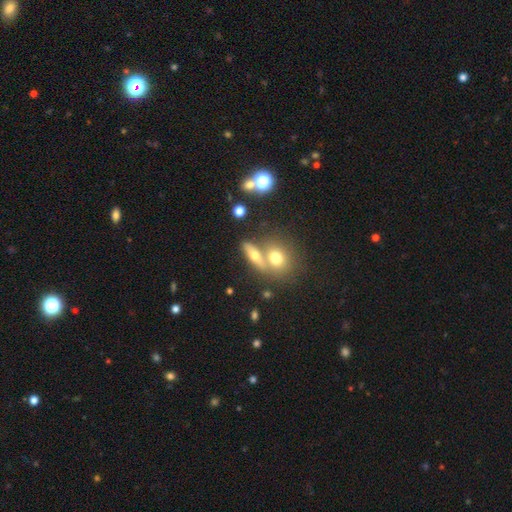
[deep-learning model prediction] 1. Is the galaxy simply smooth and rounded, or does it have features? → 52% smooth, 34% featured or disk, 15% star or artifact.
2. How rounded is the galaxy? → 44% in between, 29% cigar-shaped, 27% round.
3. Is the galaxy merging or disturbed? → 49% none, 38% merger, 9% minor disturbance, 4% major disturbance.